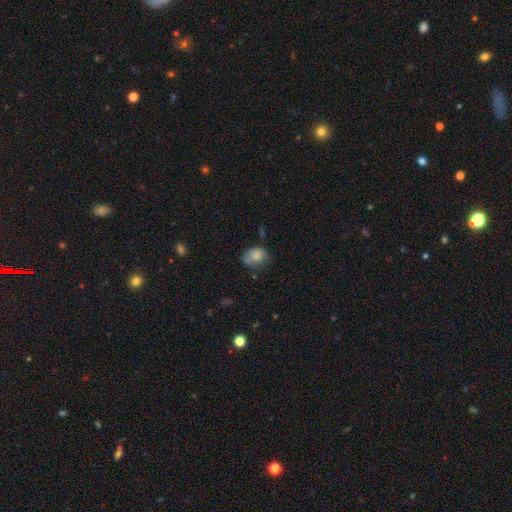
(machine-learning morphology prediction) type=smooth (78%); roundness=in between (64%); merging=none (51%).